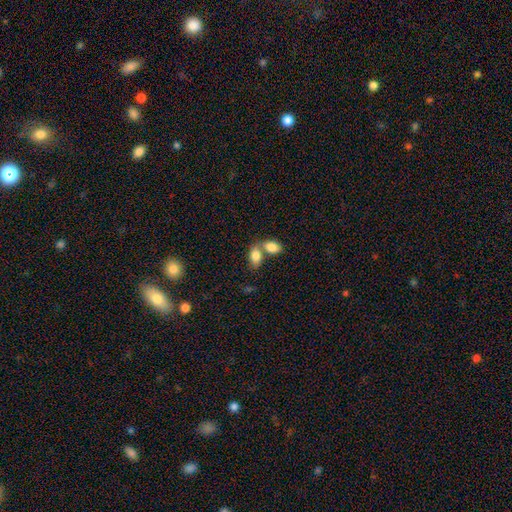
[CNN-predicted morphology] Q: Smooth or featured?
A: smooth (84%); runner-up: featured or disk (9%)
Q: How rounded?
A: in between (88%); runner-up: round (10%)
Q: Merging?
A: merger (51%); runner-up: none (37%)